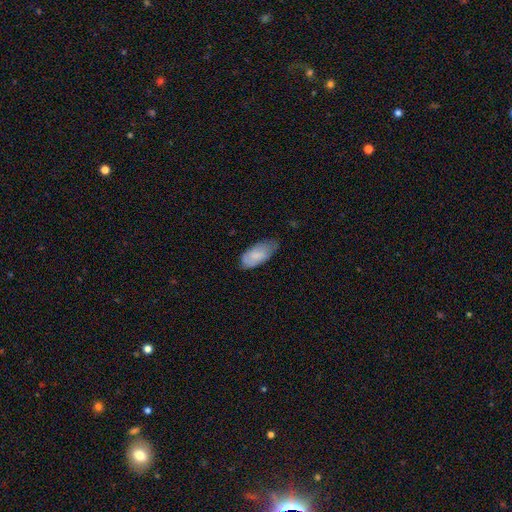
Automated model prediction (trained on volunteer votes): Smooth or featured? Predicted: smooth (p=0.78). How rounded? Predicted: in between (p=0.91). Merging? Predicted: none (p=0.52).